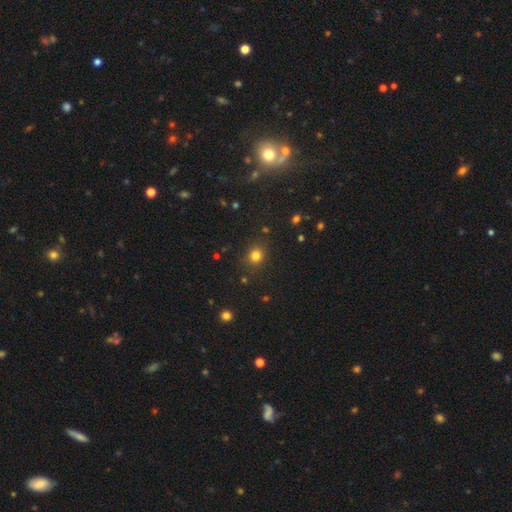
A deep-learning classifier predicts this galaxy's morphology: smooth-or-featured: smooth: 79% | star or artifact: 15% | featured or disk: 5%
  how-rounded: round: 77% | in between: 22% | cigar-shaped: 1%
  merging: none: 85% | minor disturbance: 10% | major disturbance: 3% | merger: 2%